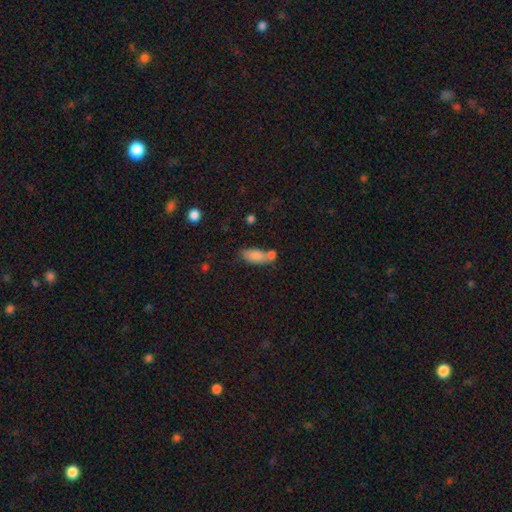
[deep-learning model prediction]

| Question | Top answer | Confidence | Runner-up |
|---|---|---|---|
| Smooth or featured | smooth | 82% | featured or disk (10%) |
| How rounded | in between | 85% | cigar-shaped (11%) |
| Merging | none | 41% | merger (38%) |